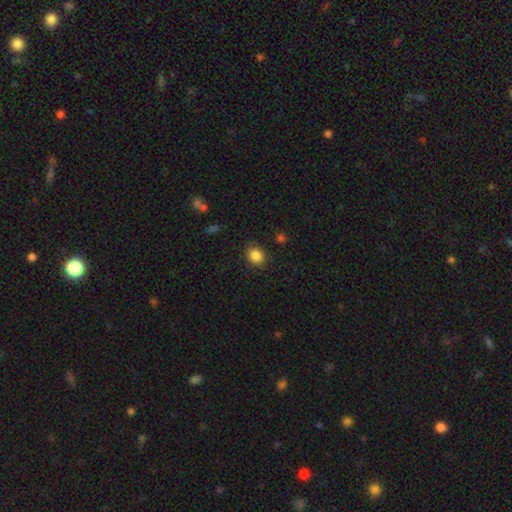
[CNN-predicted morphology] A smooth galaxy with no disk features (86%) that is round (64%). Merging: none (86%).